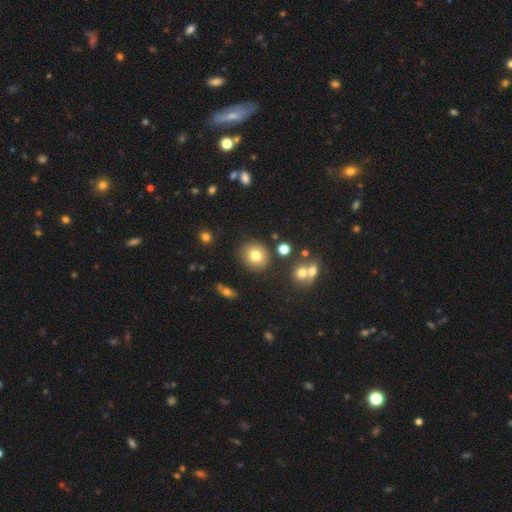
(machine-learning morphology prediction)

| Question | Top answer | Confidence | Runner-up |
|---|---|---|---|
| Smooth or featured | smooth | 78% | star or artifact (12%) |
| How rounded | round | 83% | in between (16%) |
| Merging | none | 84% | minor disturbance (9%) |